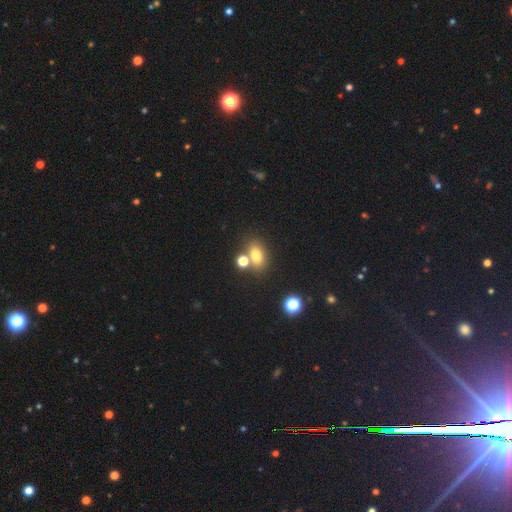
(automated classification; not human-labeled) A smooth galaxy with no disk features (75%) that is in between round and cigar-shaped (71%). Merging: none (61%).